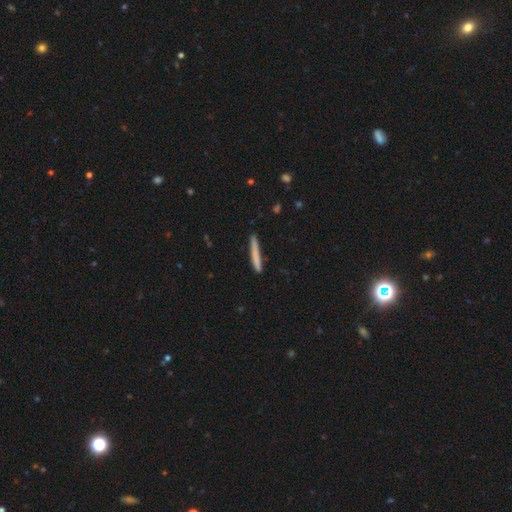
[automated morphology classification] Smooth or featured? Predicted: smooth (p=0.76). How rounded? Predicted: cigar-shaped (p=0.96). Merging? Predicted: none (p=0.87).